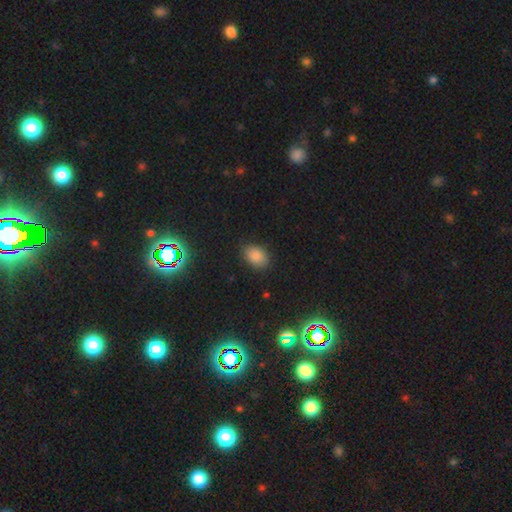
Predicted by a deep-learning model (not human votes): Overall: smooth (82%). How rounded: in between (80%). Merging: none (83%).